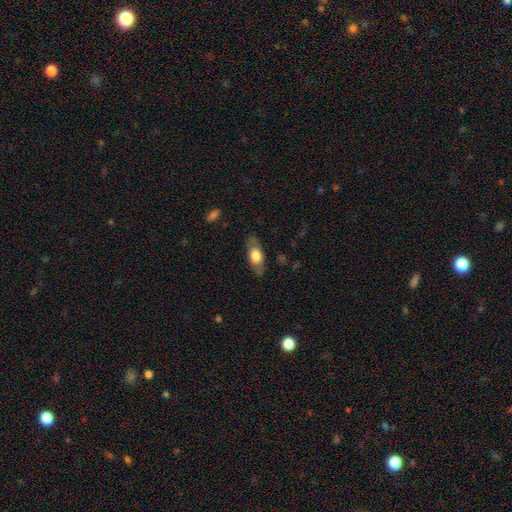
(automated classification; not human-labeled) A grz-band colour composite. It shows a smooth galaxy with no disk features (59%) that is in between round and cigar-shaped (78%). Merging: none (77%).